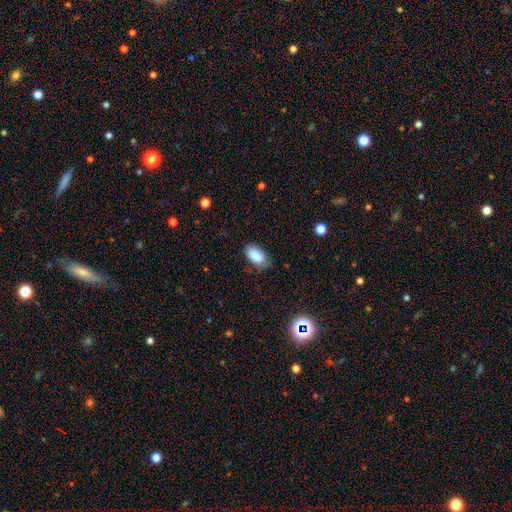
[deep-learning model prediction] Smooth or featured? smooth (88%)
How rounded? in between (94%)
Merging? none (77%)